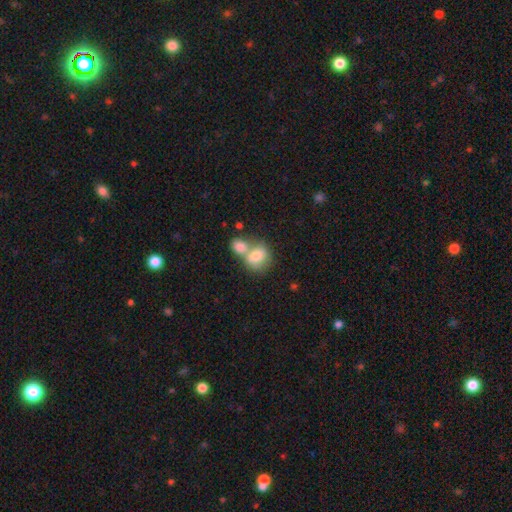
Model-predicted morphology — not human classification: A smooth galaxy with no disk features (77%) that is round (53%).

Vote fractions:
- Smooth or featured? smooth: 77% / featured or disk: 16% / star or artifact: 8%
- How rounded? round: 53% / in between: 46% / cigar-shaped: 1%
- Merging? merger: 63% / none: 26% / minor disturbance: 8% / major disturbance: 4%